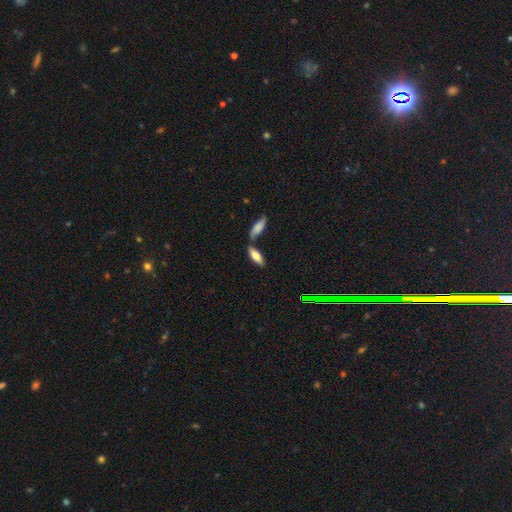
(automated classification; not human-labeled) Q: Smooth or featured?
A: smooth (72%); runner-up: featured or disk (20%)
Q: How rounded?
A: in between (62%); runner-up: cigar-shaped (36%)
Q: Merging?
A: none (56%); runner-up: merger (28%)